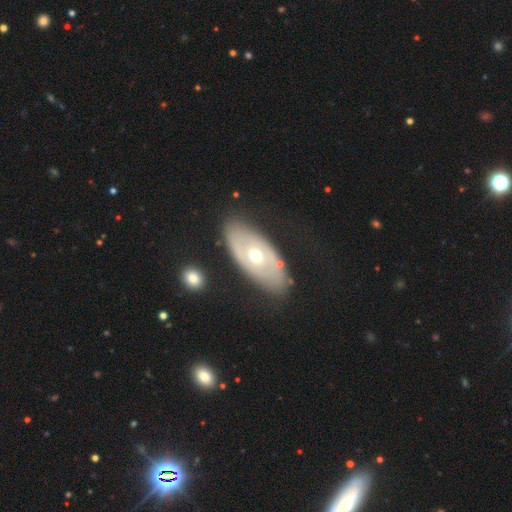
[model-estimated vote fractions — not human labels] Smooth or featured? Predicted: featured or disk (p=0.64). Edge-on disk? Predicted: no (p=0.86). Bar? Predicted: no (p=0.83). Spiral arms? Predicted: no (p=0.70). Bulge size? Predicted: moderate (p=0.74). Merging? Predicted: none (p=0.78).